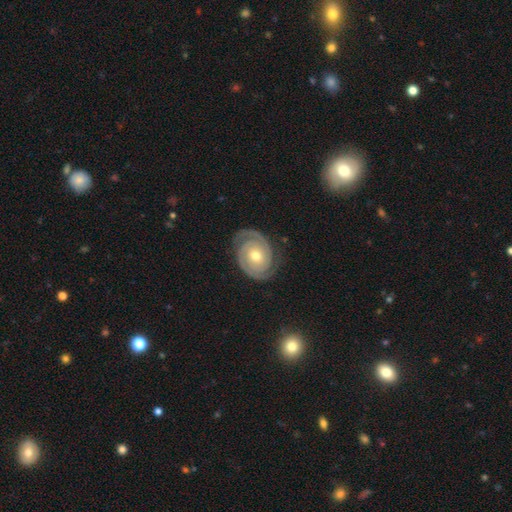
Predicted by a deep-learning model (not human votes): Smooth or featured? Predicted: featured or disk (p=0.91). Edge-on disk? Predicted: no (p=0.98). Bar? Predicted: no (p=0.72). Spiral arms? Predicted: yes (p=0.98). Spiral winding? Predicted: tight (p=0.75). Spiral arm count? Predicted: 2 (p=0.92). Bulge size? Predicted: moderate (p=0.69). Merging? Predicted: none (p=0.84).